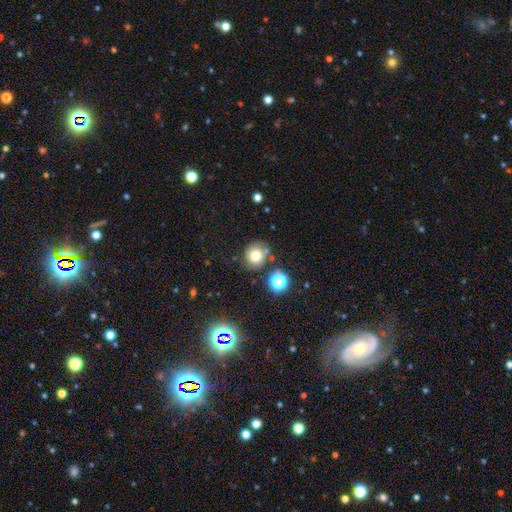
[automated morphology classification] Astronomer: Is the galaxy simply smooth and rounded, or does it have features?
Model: smooth — 73%.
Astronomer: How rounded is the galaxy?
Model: round — 83%.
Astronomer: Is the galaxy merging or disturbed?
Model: none — 75%.